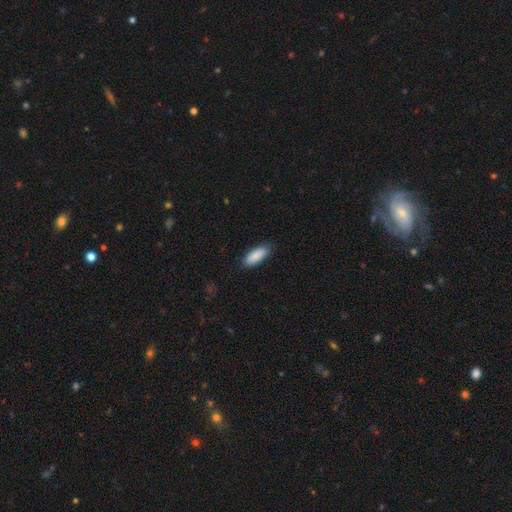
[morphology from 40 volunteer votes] This appears to be a smooth galaxy with no disk features (82%) that is in between round and cigar-shaped (88%). Merging: none (94%).